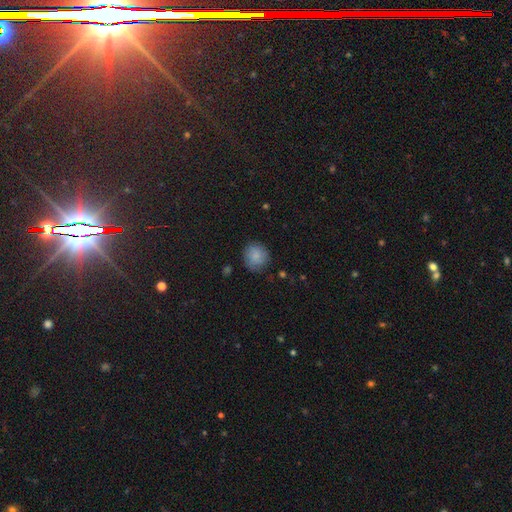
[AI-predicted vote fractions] smooth-or-featured: smooth: 83% | featured or disk: 10% | star or artifact: 8%
  how-rounded: round: 88% | in between: 11% | cigar-shaped: 1%
  merging: none: 81% | minor disturbance: 14% | major disturbance: 3% | merger: 1%